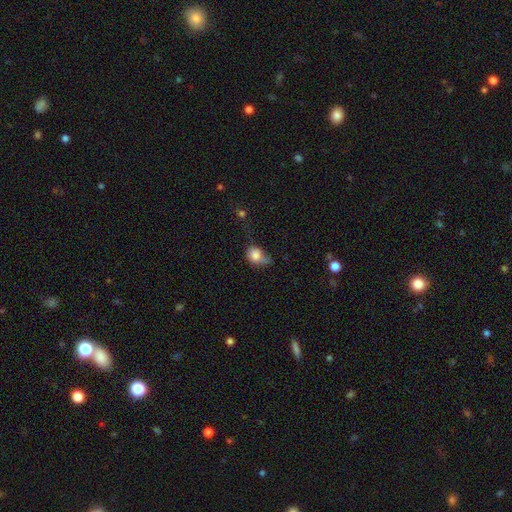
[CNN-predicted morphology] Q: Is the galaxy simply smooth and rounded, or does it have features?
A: smooth — 78%.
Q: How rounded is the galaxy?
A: round — 55%.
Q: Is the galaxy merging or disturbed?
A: minor disturbance — 38%.